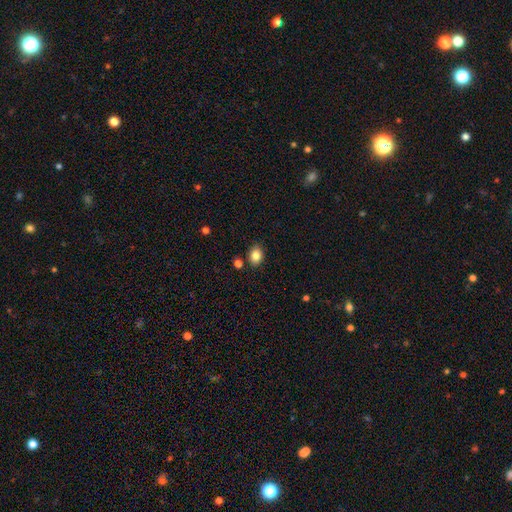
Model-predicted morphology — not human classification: This appears to be a smooth galaxy with no disk features (85%) that is in between round and cigar-shaped (63%). Merging: none (82%).